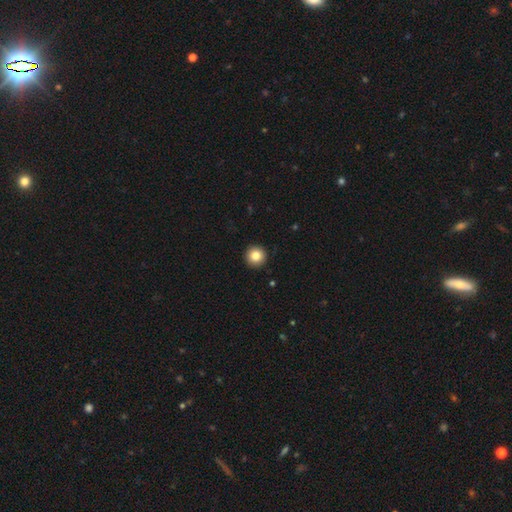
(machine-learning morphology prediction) Smooth or featured: smooth — 84% (star or artifact — 10%)
How rounded: round — 96% (in between — 3%)
Merging: none — 93% (minor disturbance — 4%)